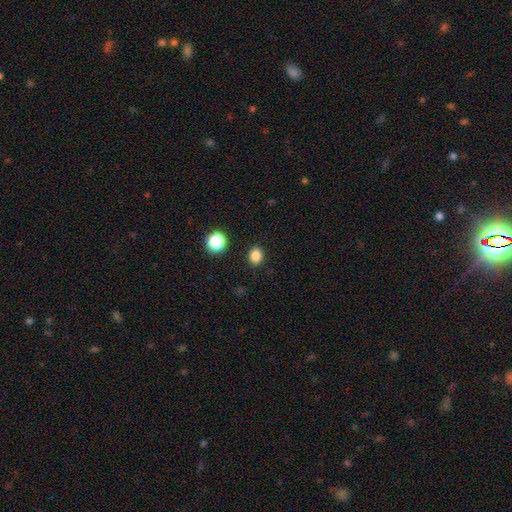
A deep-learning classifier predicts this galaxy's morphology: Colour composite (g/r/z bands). It shows a smooth galaxy with no disk features (84%) that is round (60%). Merging: none (89%).